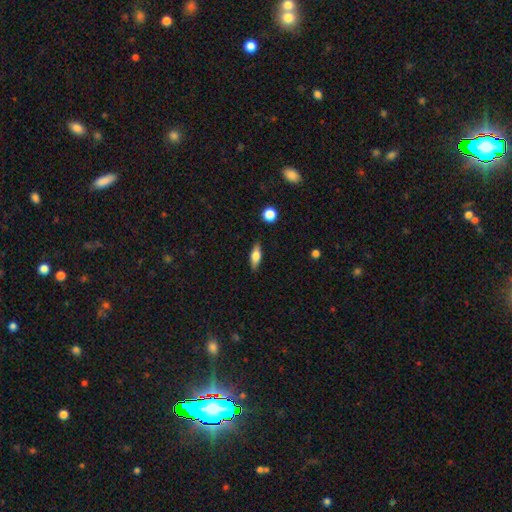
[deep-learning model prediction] Q: Smooth or featured?
A: smooth (65%); runner-up: featured or disk (28%)
Q: How rounded?
A: in between (64%); runner-up: cigar-shaped (32%)
Q: Merging?
A: none (86%); runner-up: minor disturbance (10%)